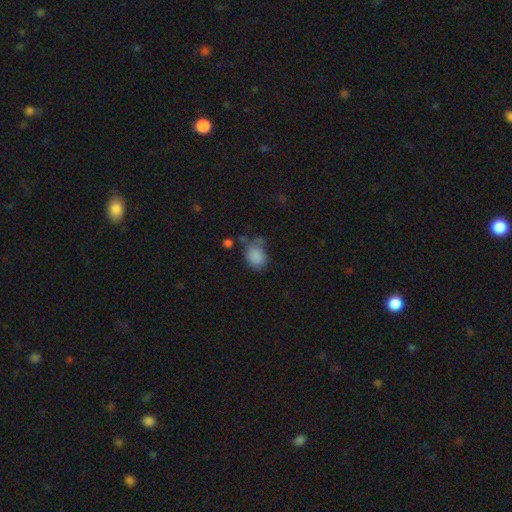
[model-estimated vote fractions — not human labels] Smooth or featured: smooth — 84% (star or artifact — 10%)
How rounded: in between — 51% (round — 48%)
Merging: none — 53% (minor disturbance — 27%)